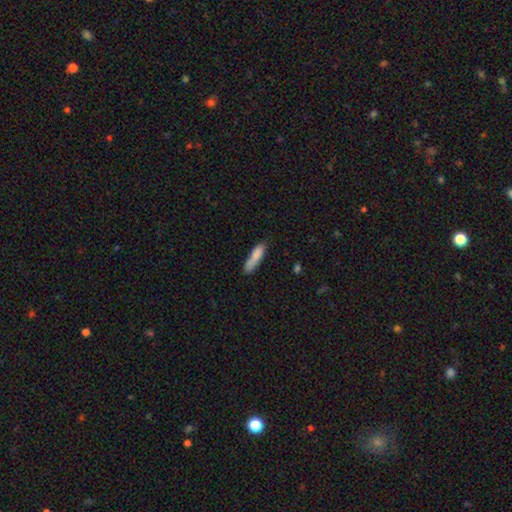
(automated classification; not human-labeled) Smooth or featured? Predicted: smooth (p=0.82). How rounded? Predicted: cigar-shaped (p=0.72). Merging? Predicted: none (p=0.64).